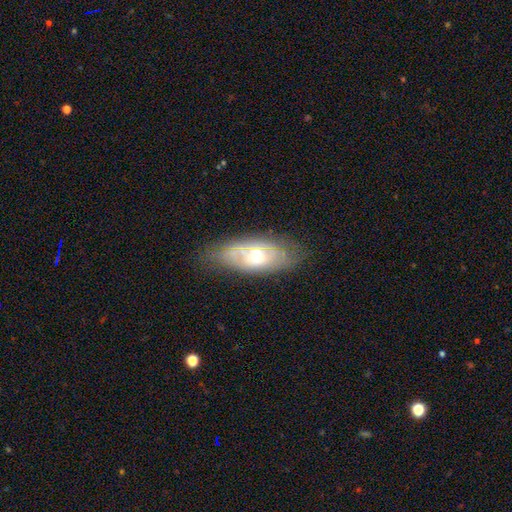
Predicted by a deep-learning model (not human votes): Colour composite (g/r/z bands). It shows a featured or disk galaxy (60%). Merging: none (71%).